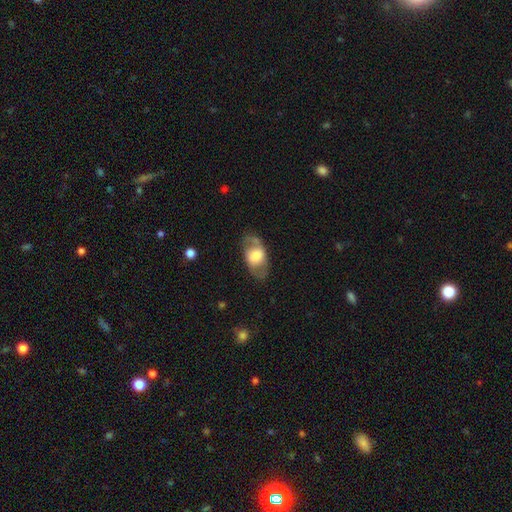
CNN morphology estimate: A smooth galaxy with no disk features (51%) that is in between round and cigar-shaped (85%). Merging: none (68%).